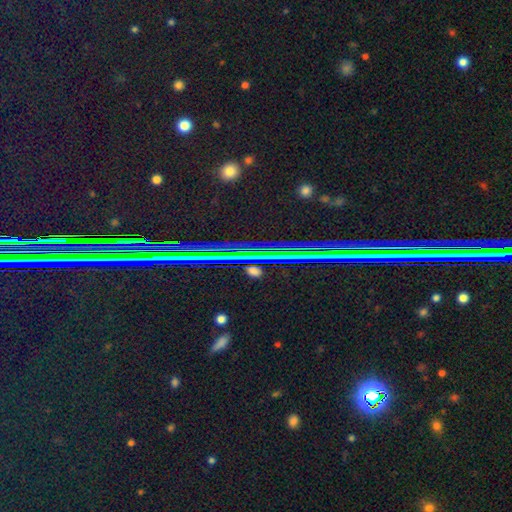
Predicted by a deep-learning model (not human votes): smooth_or_featured: star or artifact (p=0.84) [alt: featured or disk p=0.09]